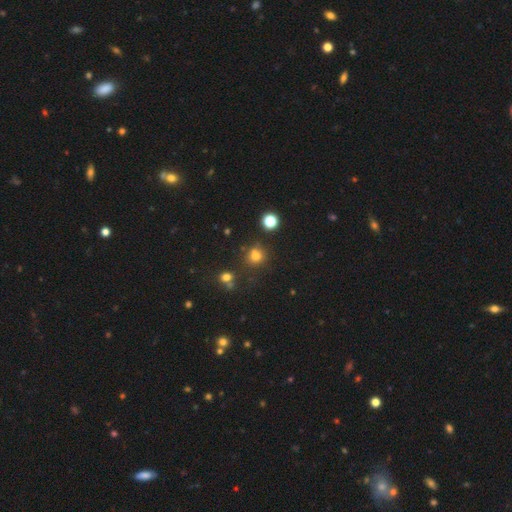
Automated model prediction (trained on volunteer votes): Smooth or featured? smooth (73%)
How rounded? round (85%)
Merging? none (71%)